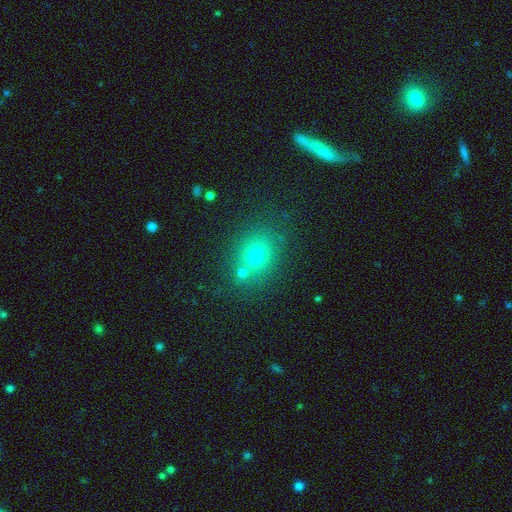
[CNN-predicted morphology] This is likely a smooth galaxy (69%). How rounded: likely round (61%). Merging: likely none (71%).